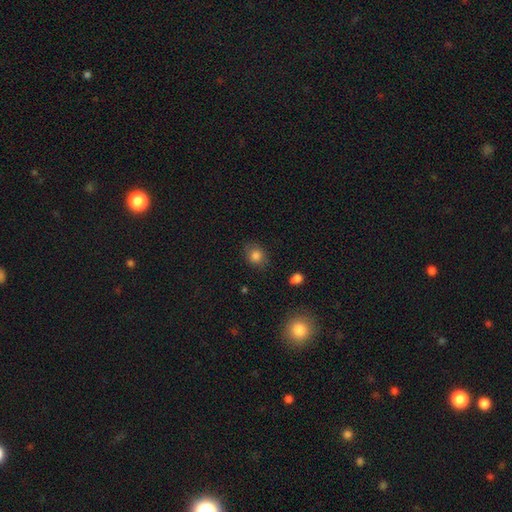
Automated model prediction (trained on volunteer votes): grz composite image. It shows a smooth galaxy with no disk features (82%) that is round (59%). Merging: none (80%).